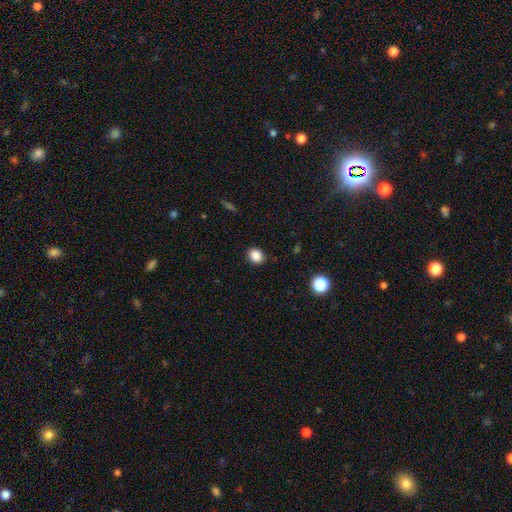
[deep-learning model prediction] Morphology: type=smooth (87%); roundness=round (59%); merging=none (89%).